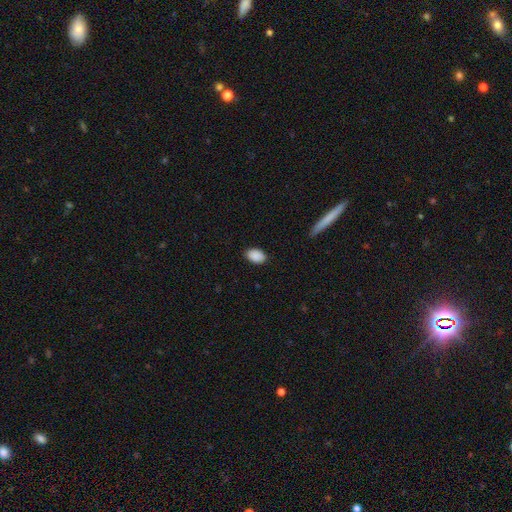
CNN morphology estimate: This is clearly a smooth galaxy (90%). How rounded: clearly in between (89%). Merging: clearly none (85%).